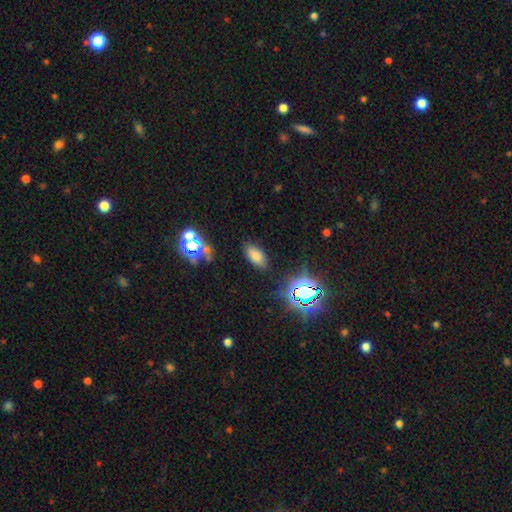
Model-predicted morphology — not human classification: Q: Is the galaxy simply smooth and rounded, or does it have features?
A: smooth — 71%.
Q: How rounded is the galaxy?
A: in between — 91%.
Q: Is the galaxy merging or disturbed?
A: none — 83%.